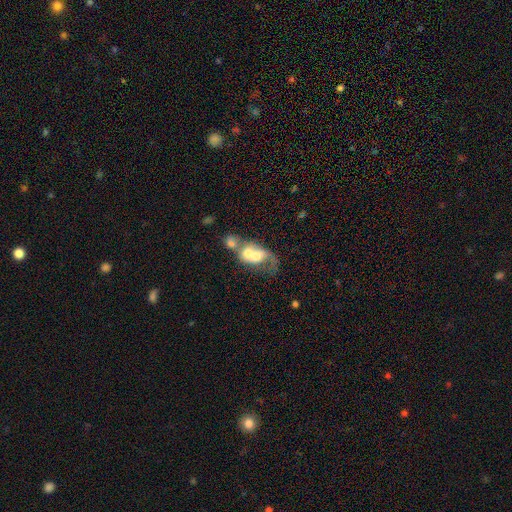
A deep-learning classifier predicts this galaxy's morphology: A smooth galaxy with no disk features (50%).

Vote fractions:
- Smooth or featured? smooth: 50% / featured or disk: 41% / star or artifact: 9%
- Merging? merger: 78% / major disturbance: 9% / none: 8% / minor disturbance: 5%